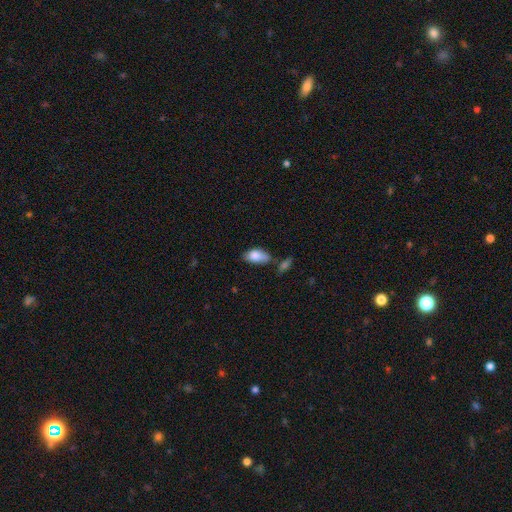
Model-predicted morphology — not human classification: smooth-or-featured: smooth: 83% | featured or disk: 10% | star or artifact: 7%
  how-rounded: in between: 92% | cigar-shaped: 5% | round: 4%
  merging: none: 48% | minor disturbance: 30% | merger: 14% | major disturbance: 8%